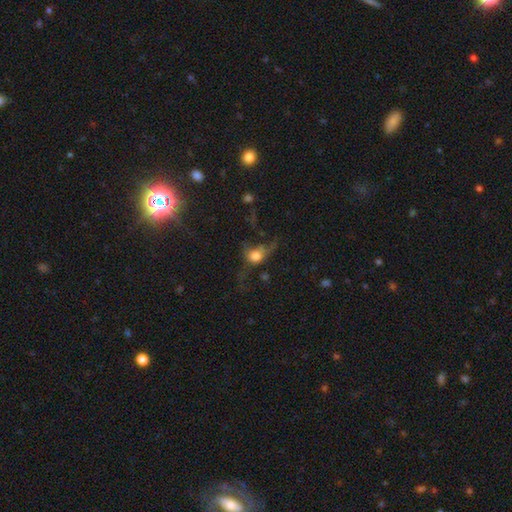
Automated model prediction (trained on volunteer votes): Smooth or featured: smooth — 56% (featured or disk — 29%)
How rounded: round — 62% (in between — 34%)
Merging: major disturbance — 43% (none — 34%)